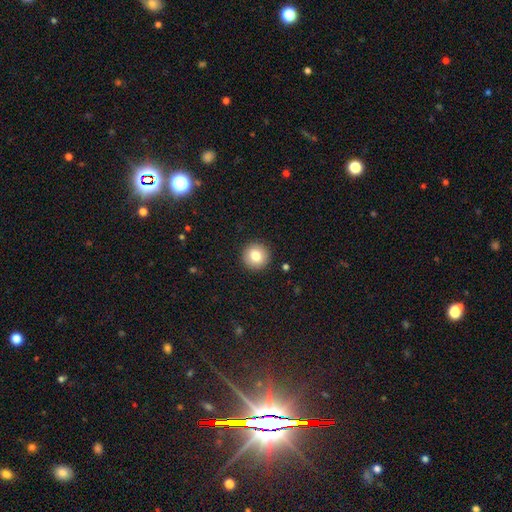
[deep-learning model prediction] A smooth galaxy with no disk features (81%) that is round (95%). Merging: none (92%).